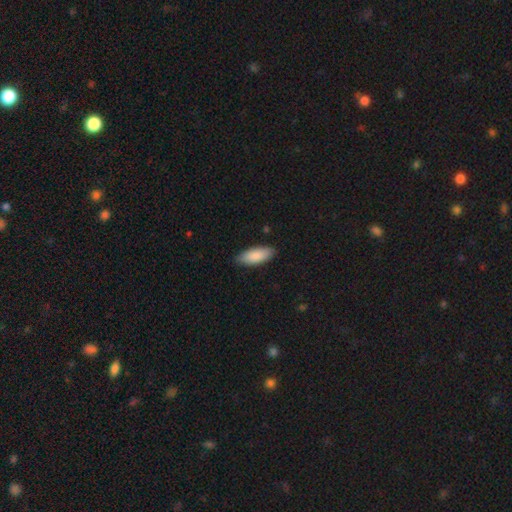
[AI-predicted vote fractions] Smooth or featured?
  - smooth: 88% *
  - featured or disk: 6%
  - star or artifact: 5%
How rounded?
  - in between: 81% *
  - cigar-shaped: 18%
  - round: 1%
Merging?
  - none: 85% *
  - minor disturbance: 12%
  - major disturbance: 2%
  - merger: 1%